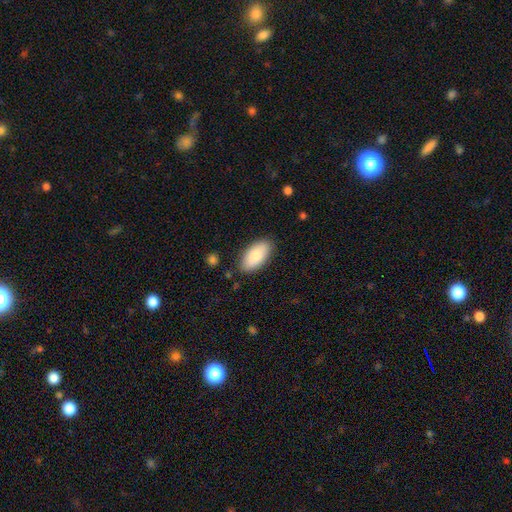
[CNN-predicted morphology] Overall: smooth (84%). How rounded: in between (94%). Merging: none (84%).